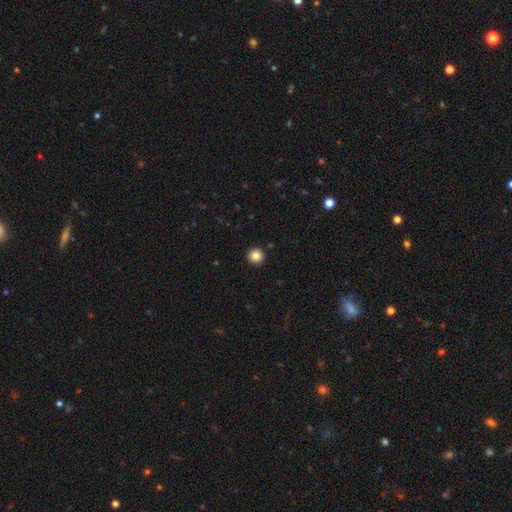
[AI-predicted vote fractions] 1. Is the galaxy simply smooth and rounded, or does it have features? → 84% smooth, 10% star or artifact, 5% featured or disk.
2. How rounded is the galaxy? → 96% round, 3% in between, 1% cigar-shaped.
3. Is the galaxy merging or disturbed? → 94% none, 4% minor disturbance, 1% major disturbance, 1% merger.